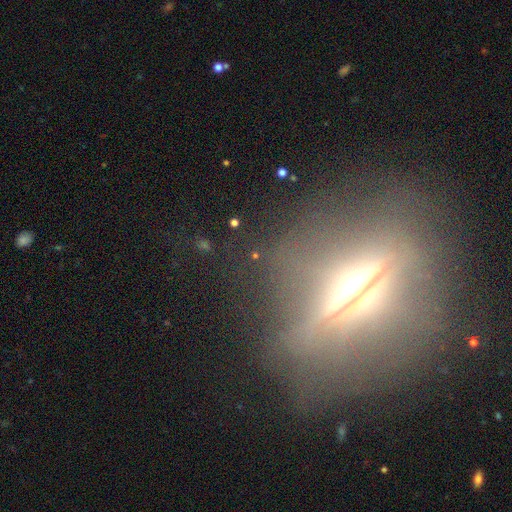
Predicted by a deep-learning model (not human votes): smooth-or-featured: star or artifact: 49% | featured or disk: 27% | smooth: 25%